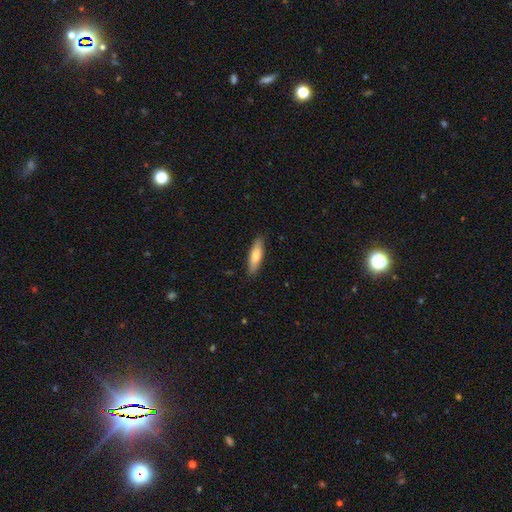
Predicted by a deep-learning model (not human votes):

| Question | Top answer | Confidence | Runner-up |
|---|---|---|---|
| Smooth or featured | smooth | 72% | featured or disk (22%) |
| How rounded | cigar-shaped | 61% | in between (37%) |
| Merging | none | 88% | minor disturbance (9%) |